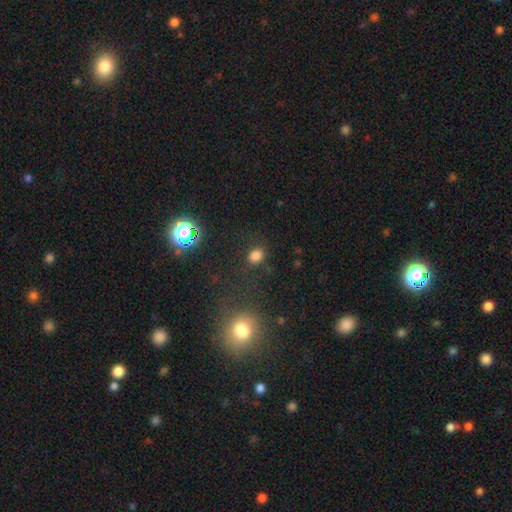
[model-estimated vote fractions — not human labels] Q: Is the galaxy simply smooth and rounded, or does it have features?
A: smooth — 75%.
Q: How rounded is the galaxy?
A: round — 51%.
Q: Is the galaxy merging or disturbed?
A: none — 77%.